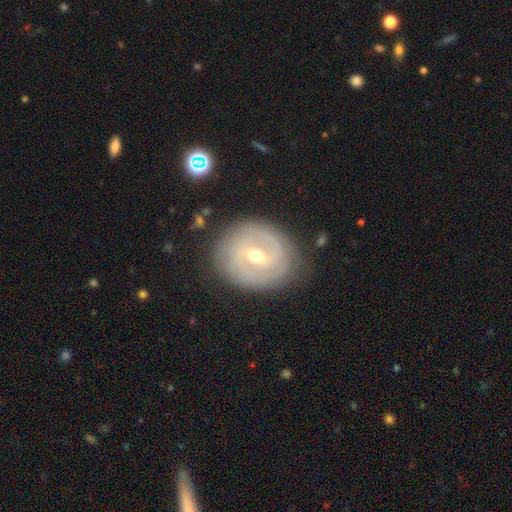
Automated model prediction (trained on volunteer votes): smooth_or_featured: featured or disk (p=0.81) [alt: smooth p=0.13]
disk_edge_on: no (p=0.97) [alt: yes p=0.03]
bar: weak (p=0.56) [alt: strong p=0.22]
has_spiral_arms: yes (p=0.87) [alt: no p=0.13]
spiral_winding: tight (p=0.64) [alt: medium p=0.27]
spiral_arm_count: 2 (p=0.52) [alt: can't tell p=0.26]
bulge_size: moderate (p=0.61) [alt: small p=0.35]
merging: none (p=0.81) [alt: minor disturbance p=0.13]